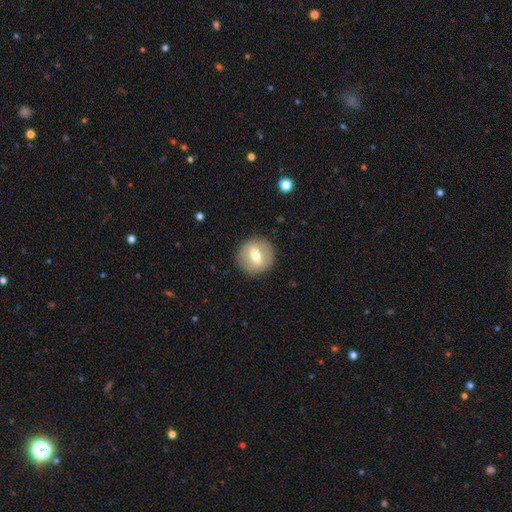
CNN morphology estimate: smooth-or-featured: smooth: 54% | featured or disk: 39% | star or artifact: 7%
  how-rounded: round: 87% | in between: 12% | cigar-shaped: 1%
  merging: none: 88% | minor disturbance: 8% | major disturbance: 3% | merger: 1%